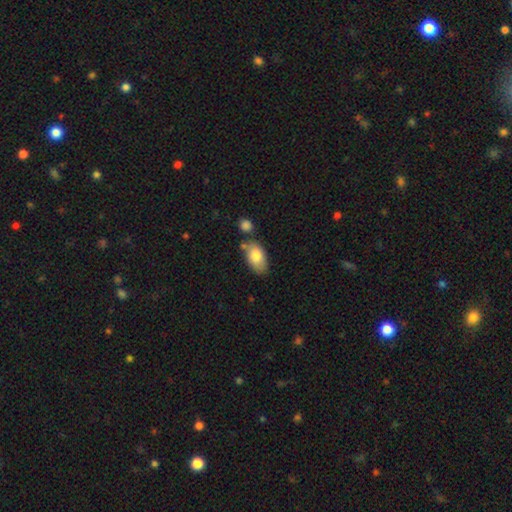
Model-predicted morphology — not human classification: Overall: smooth (81%). How rounded: in between (93%). Merging: none (66%).